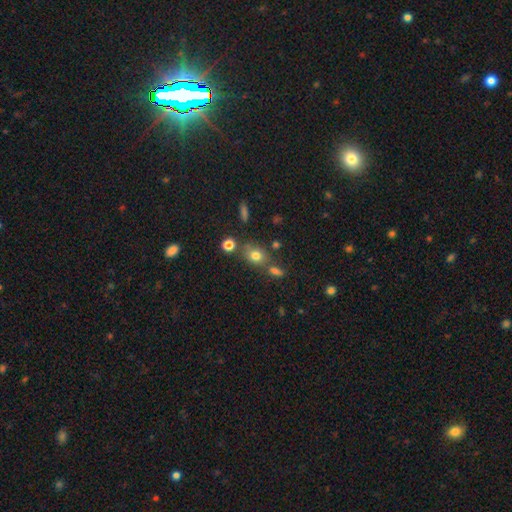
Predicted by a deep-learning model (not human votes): Smooth or featured? smooth (76%)
How rounded? in between (53%)
Merging? none (64%)